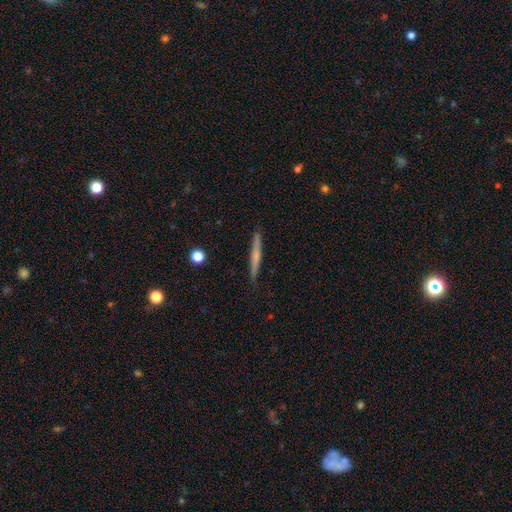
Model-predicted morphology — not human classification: This is possibly a featured or disk galaxy (49%). Merging: clearly none (90%).